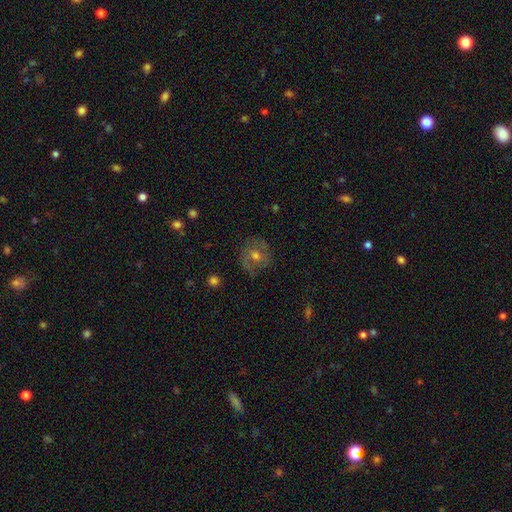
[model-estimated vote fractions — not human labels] Smooth or featured? featured or disk (54%)
Edge-on disk? no (96%)
Bar? no (70%)
Spiral arms? yes (63%)
Bulge size? moderate (71%)
Merging? none (75%)